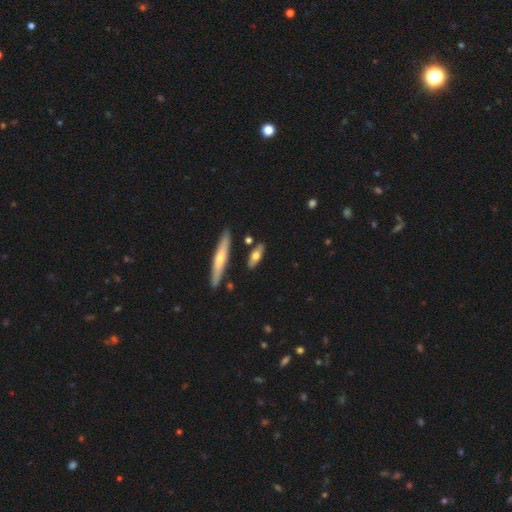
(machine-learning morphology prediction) This appears to be a smooth galaxy with no disk features (57%) that is cigar-shaped (49%). Merging: none (81%).